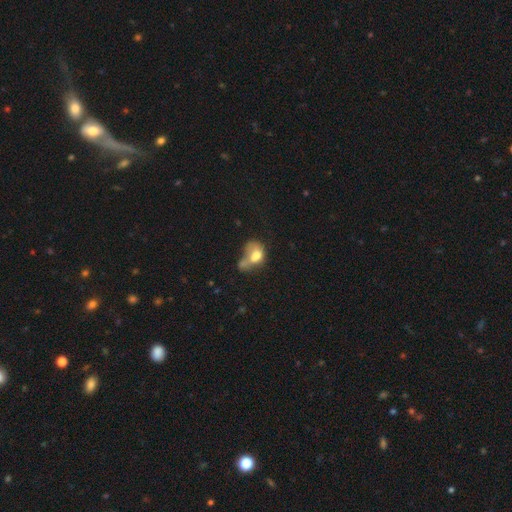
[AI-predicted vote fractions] Smooth or featured? Predicted: smooth (p=0.65). How rounded? Predicted: in between (p=0.75). Merging? Predicted: merger (p=0.42).